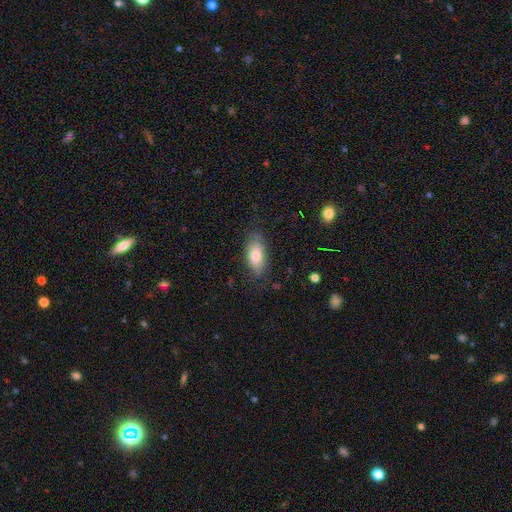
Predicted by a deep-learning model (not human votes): The model was most divided on "merging": none: 77%, minor disturbance: 18%, major disturbance: 5%, merger: 1%. More confident: how rounded — in between (87%); smooth or featured — smooth (79%).